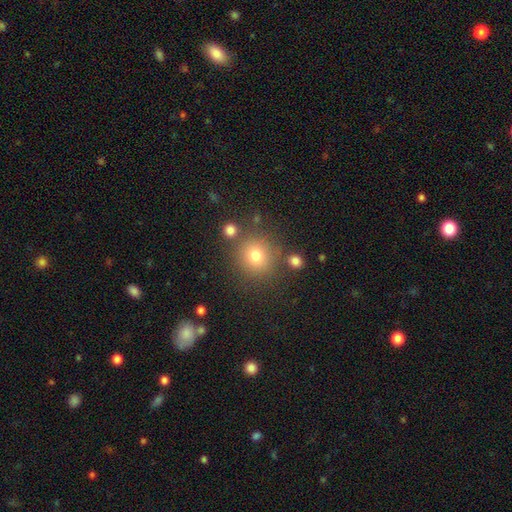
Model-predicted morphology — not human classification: Smooth or featured? Predicted: smooth (p=0.76). How rounded? Predicted: round (p=0.91). Merging? Predicted: none (p=0.80).